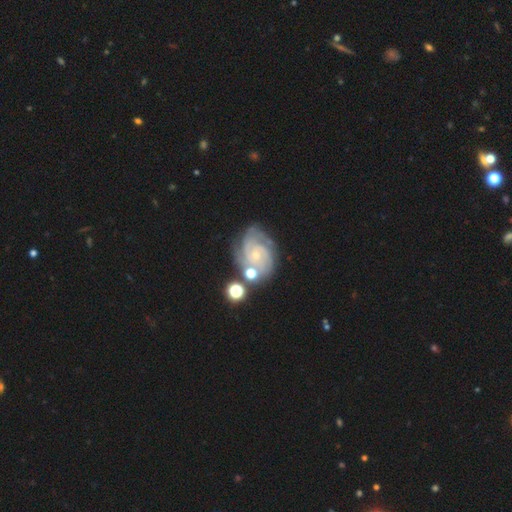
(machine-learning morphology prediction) Overall: featured or disk (85%). Edge-on disk: no (98%). Bar: no (74%). Spiral arms: yes (97%). Spiral arm count: 3 (32%; can't tell 22%). Spiral winding: tight (67%; medium 28%). Bulge size: small (74%). Merging: none (61%).